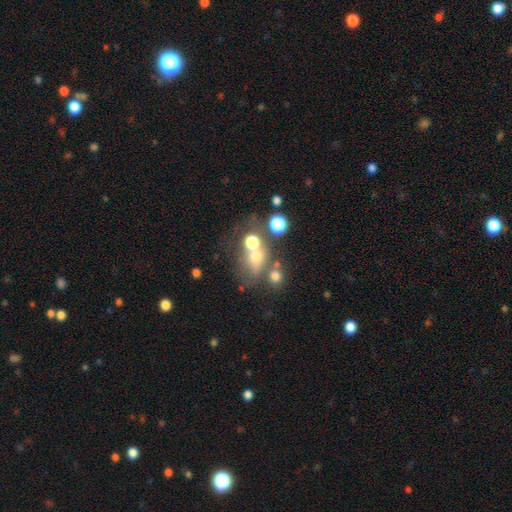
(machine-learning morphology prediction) smooth_or_featured: smooth (p=0.52) [alt: star or artifact p=0.24]
how_rounded: round (p=0.57) [alt: in between p=0.40]
merging: none (p=0.42) [alt: merger p=0.34]